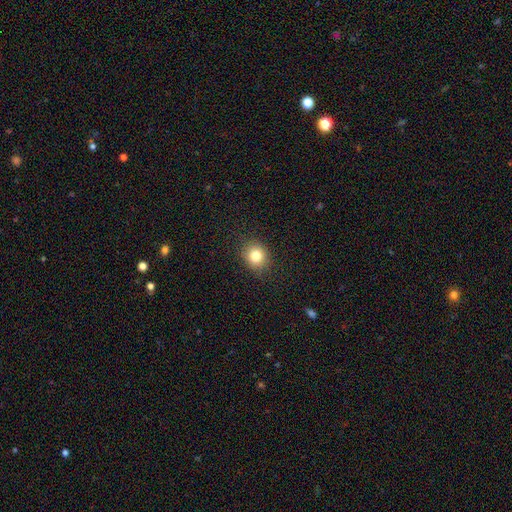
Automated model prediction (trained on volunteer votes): Smooth or featured? smooth (82%)
How rounded? round (74%)
Merging? none (88%)